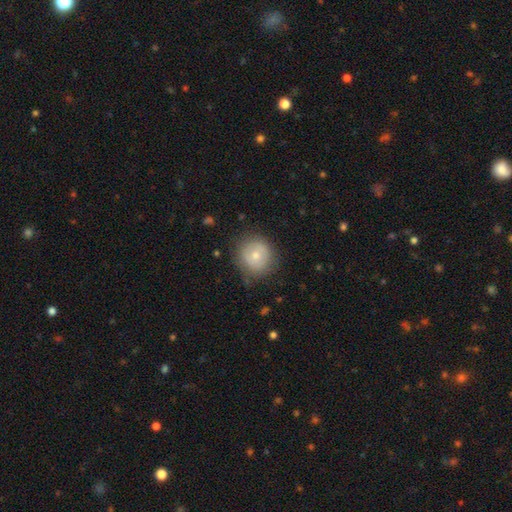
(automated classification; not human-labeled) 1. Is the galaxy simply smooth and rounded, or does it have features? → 69% smooth, 23% featured or disk, 8% star or artifact.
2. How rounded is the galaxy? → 89% round, 10% in between, 1% cigar-shaped.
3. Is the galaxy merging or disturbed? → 76% none, 17% minor disturbance, 6% major disturbance, 1% merger.